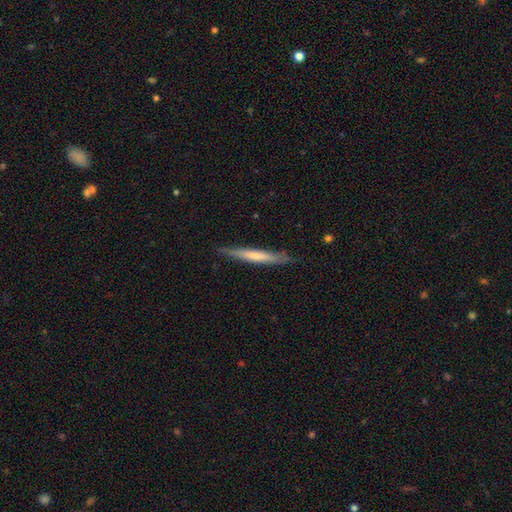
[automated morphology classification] Smooth or featured: smooth — 55% (featured or disk — 40%)
How rounded: cigar-shaped — 96% (in between — 3%)
Merging: none — 84% (minor disturbance — 12%)